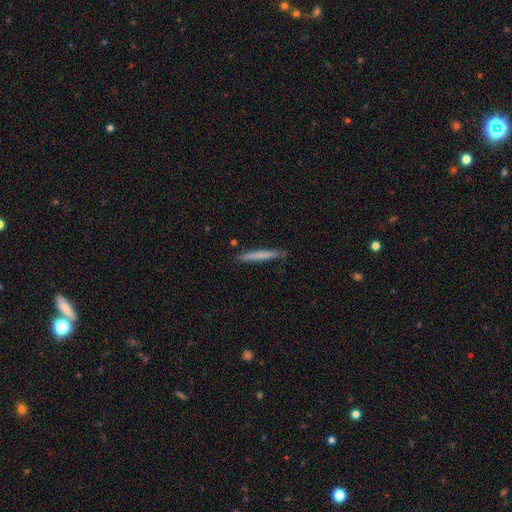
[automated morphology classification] Smooth or featured? smooth (69%)
How rounded? cigar-shaped (96%)
Merging? none (87%)